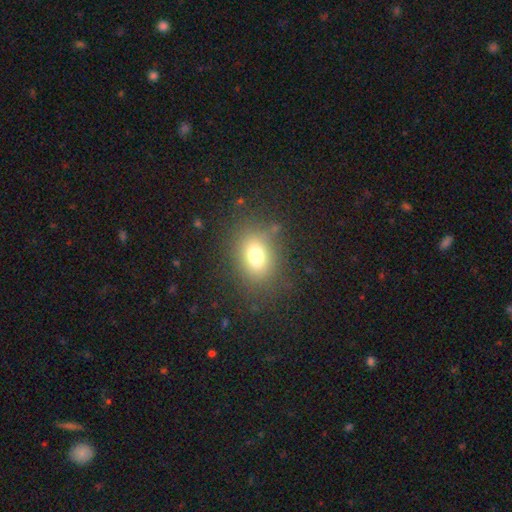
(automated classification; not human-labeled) Overall: smooth (74%). How rounded: in between (61%; round 38%). Merging: none (80%).